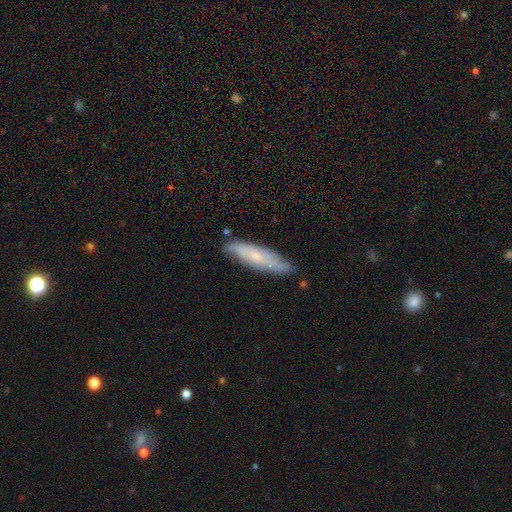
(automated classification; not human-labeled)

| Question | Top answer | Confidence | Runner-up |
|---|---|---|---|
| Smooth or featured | featured or disk | 52% | smooth (41%) |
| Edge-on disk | no | 55% | yes (45%) |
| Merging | none | 76% | minor disturbance (18%) |